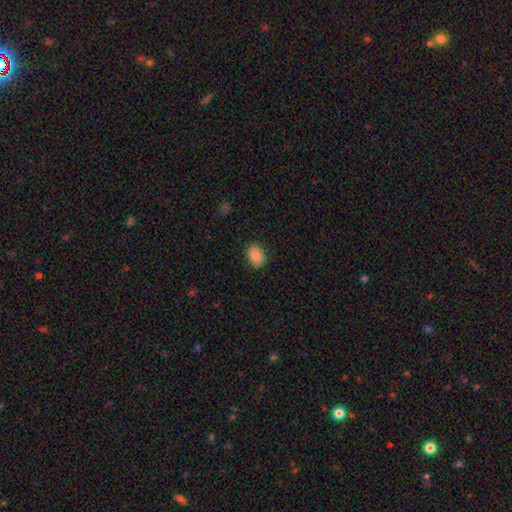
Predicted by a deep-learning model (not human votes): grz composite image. It shows a smooth galaxy with no disk features (86%) that is in between round and cigar-shaped (62%). Merging: none (88%).